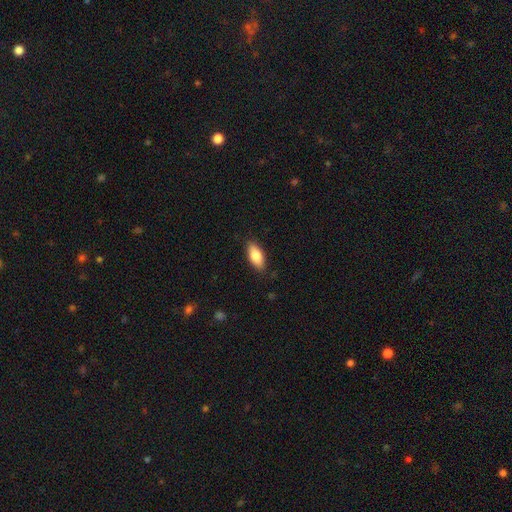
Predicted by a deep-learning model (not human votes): Q: Smooth or featured?
A: smooth (82%); runner-up: featured or disk (12%)
Q: How rounded?
A: in between (86%); runner-up: cigar-shaped (12%)
Q: Merging?
A: none (87%); runner-up: minor disturbance (10%)